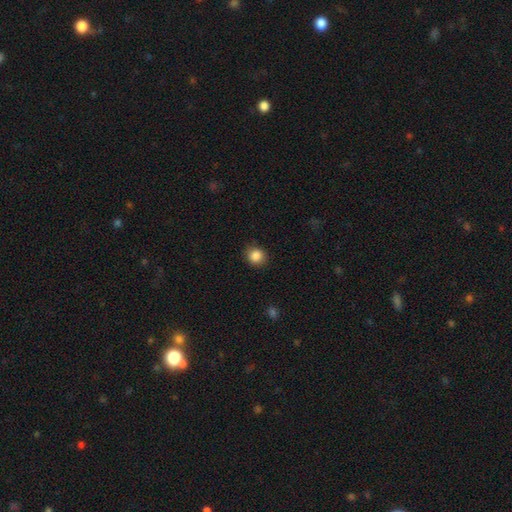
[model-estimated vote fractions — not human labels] Overall: smooth (86%). How rounded: round (84%). Merging: none (86%).